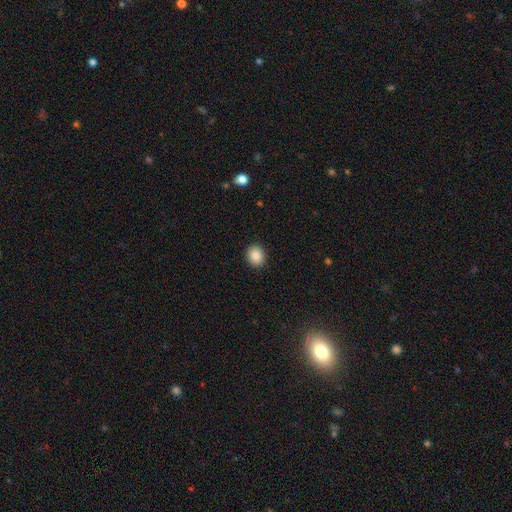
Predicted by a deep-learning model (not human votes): Smooth or featured? smooth (88%)
How rounded? round (67%)
Merging? none (91%)